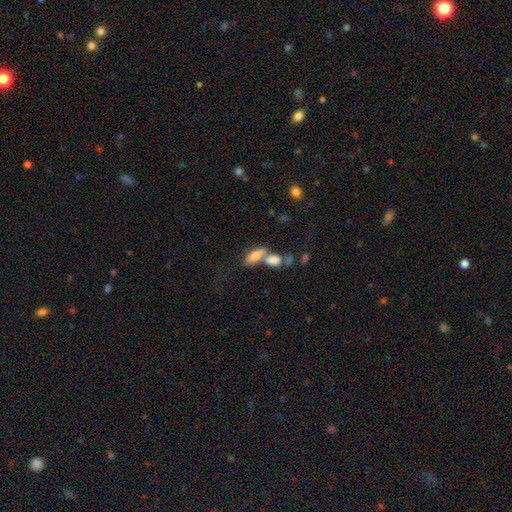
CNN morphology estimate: smooth-or-featured: smooth: 70% | featured or disk: 21% | star or artifact: 9%
  how-rounded: in between: 79% | cigar-shaped: 15% | round: 6%
  merging: merger: 57% | none: 29% | minor disturbance: 9% | major disturbance: 6%